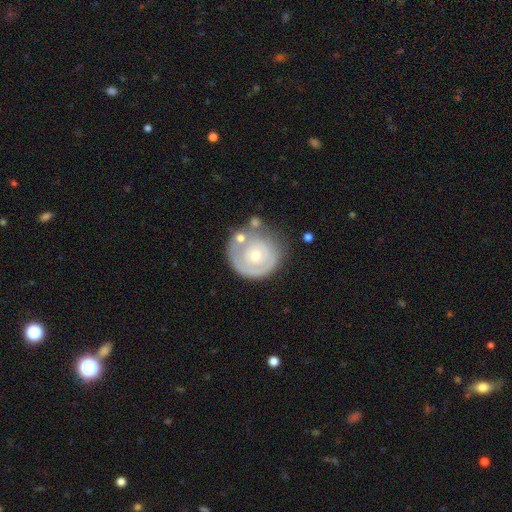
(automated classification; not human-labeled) This is possibly a featured or disk galaxy (58%). It is clearly not viewed edge-on (97%). Bar: clearly no (87%). Spiral arm pattern: possibly no (55%). Central bulge: possibly small (51%). Merging: possibly none (57%).